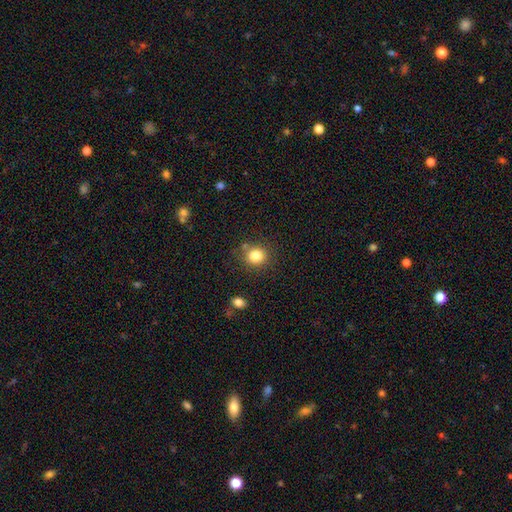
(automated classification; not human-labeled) smooth 82%, star or artifact 11%, featured or disk 7%. Down the decision tree: how rounded — round (84%); merging — none (79%).